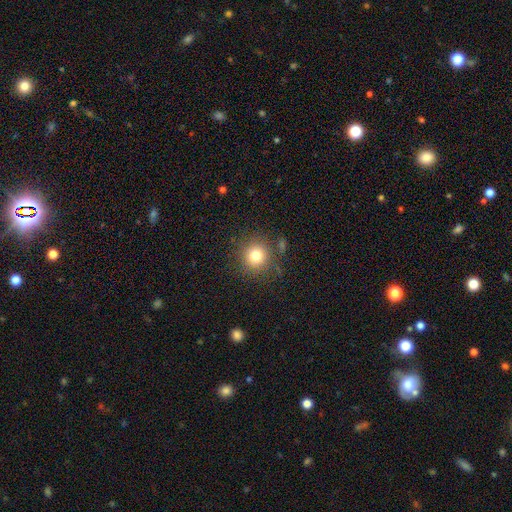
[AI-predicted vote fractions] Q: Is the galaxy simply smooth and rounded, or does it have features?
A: smooth — 79%.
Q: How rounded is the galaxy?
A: round — 92%.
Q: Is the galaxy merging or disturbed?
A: none — 84%.